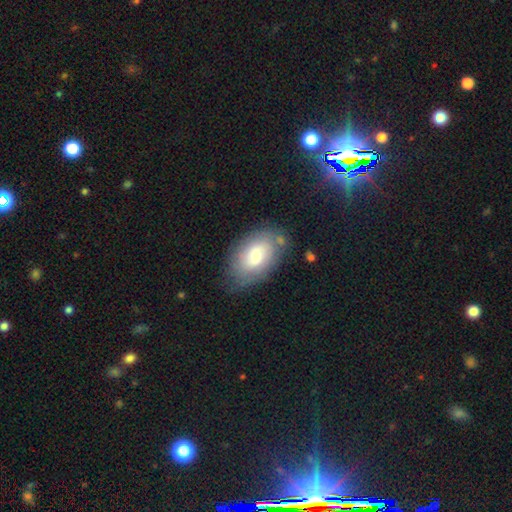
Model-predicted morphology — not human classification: smooth-or-featured: smooth: 60% | featured or disk: 33% | star or artifact: 7%
  how-rounded: in between: 91% | round: 8% | cigar-shaped: 2%
  merging: none: 70% | minor disturbance: 20% | major disturbance: 6% | merger: 4%